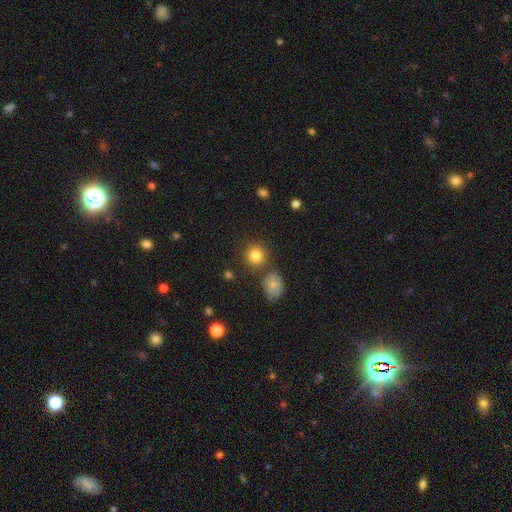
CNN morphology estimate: type=smooth (83%); roundness=round (88%); merging=none (78%).